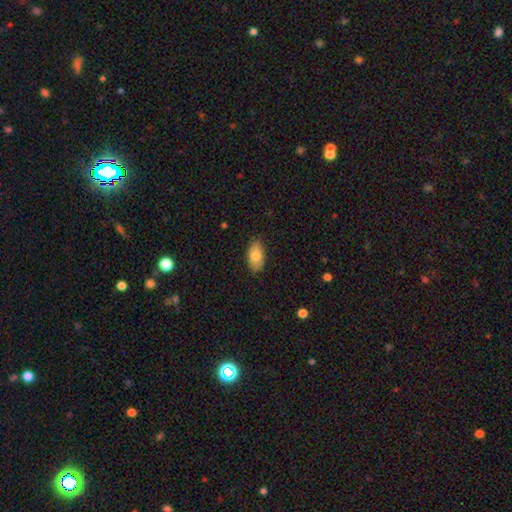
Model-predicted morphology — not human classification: The model was most divided on "smooth or featured": smooth: 78%, featured or disk: 16%, star or artifact: 7%. More confident: how rounded — in between (93%); merging — none (86%).